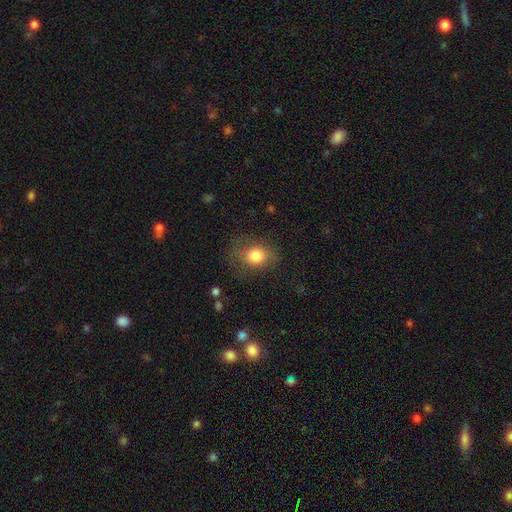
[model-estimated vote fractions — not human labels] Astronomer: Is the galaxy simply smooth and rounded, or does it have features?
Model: smooth — 80%.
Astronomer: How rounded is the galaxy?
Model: round — 56% (runner-up: in between, 43%).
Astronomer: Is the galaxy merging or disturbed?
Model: none — 70%.